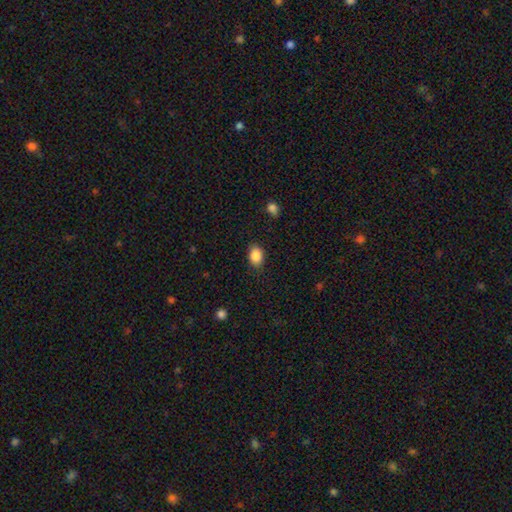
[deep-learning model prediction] Smooth or featured? smooth (87%)
How rounded? in between (73%)
Merging? none (84%)